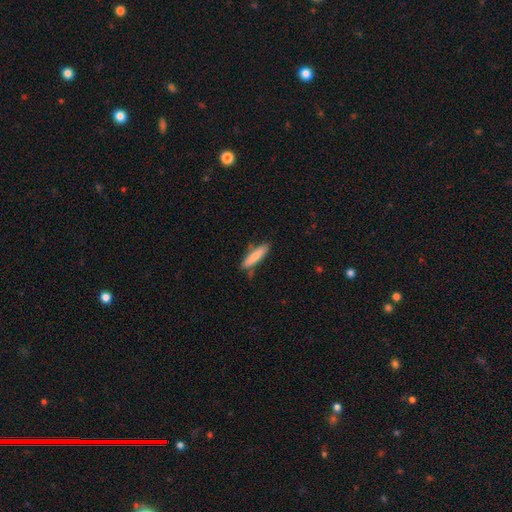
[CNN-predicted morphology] smooth_or_featured: smooth (p=0.76) [alt: featured or disk p=0.18]
how_rounded: cigar-shaped (p=0.81) [alt: in between p=0.18]
merging: none (p=0.73) [alt: minor disturbance p=0.18]